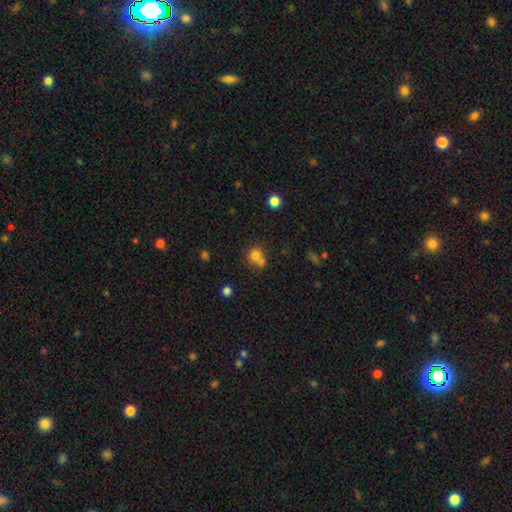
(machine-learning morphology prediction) A smooth galaxy with no disk features (74%) that is round (83%).

Vote fractions:
- Smooth or featured? smooth: 74% / star or artifact: 14% / featured or disk: 12%
- How rounded? round: 83% / in between: 16% / cigar-shaped: 1%
- Merging? merger: 47% / none: 41% / minor disturbance: 8% / major disturbance: 4%